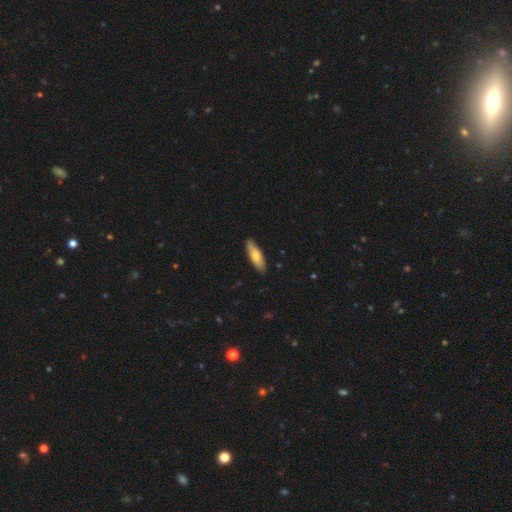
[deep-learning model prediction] This is likely a smooth galaxy (68%). How rounded: possibly in between (52%). Merging: clearly none (85%).